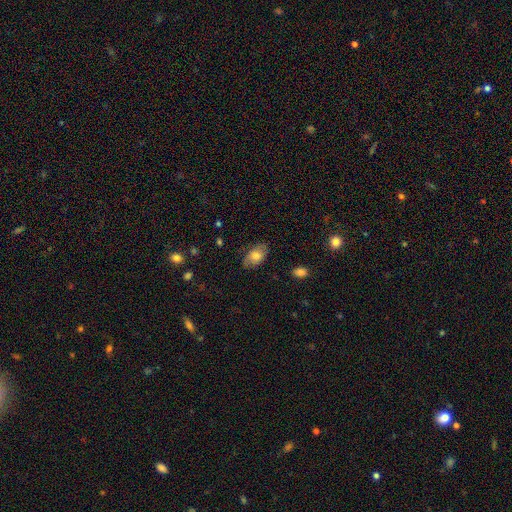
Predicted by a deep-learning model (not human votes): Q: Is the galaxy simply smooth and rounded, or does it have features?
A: smooth — 65%.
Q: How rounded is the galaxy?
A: in between — 90%.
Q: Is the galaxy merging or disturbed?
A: none — 76%.